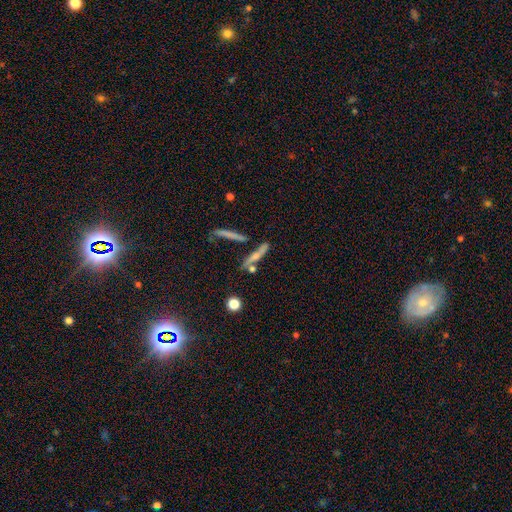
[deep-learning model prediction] This is possibly a featured or disk galaxy (45%). Merging: possibly none (60%).